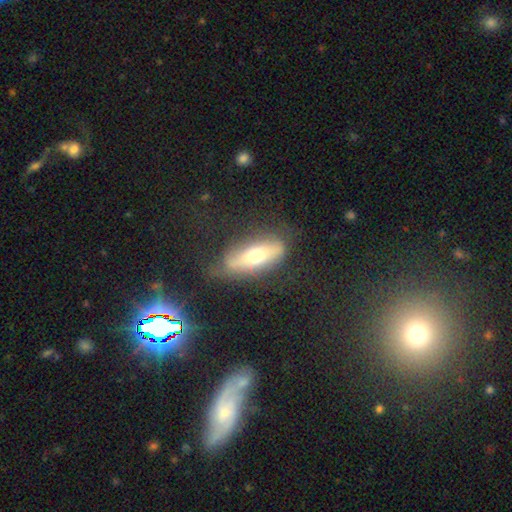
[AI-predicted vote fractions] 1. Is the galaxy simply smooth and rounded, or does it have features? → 46% smooth, 42% featured or disk, 12% star or artifact.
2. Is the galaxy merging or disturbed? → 66% none, 22% minor disturbance, 9% major disturbance, 3% merger.